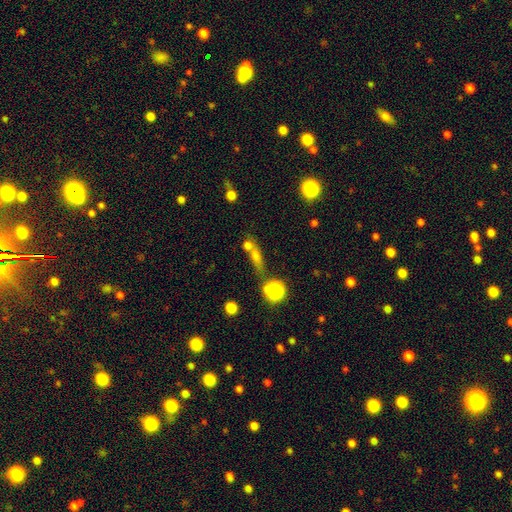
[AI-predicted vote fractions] Morphology: type=smooth (56%); roundness=cigar-shaped (40%); merging=none (51%).